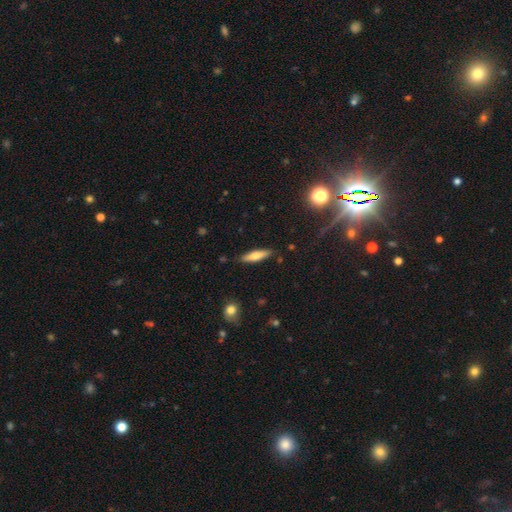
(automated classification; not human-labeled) smooth 67%, featured or disk 27%, star or artifact 6%. Down the decision tree: how rounded — cigar-shaped (72%); merging — none (86%).